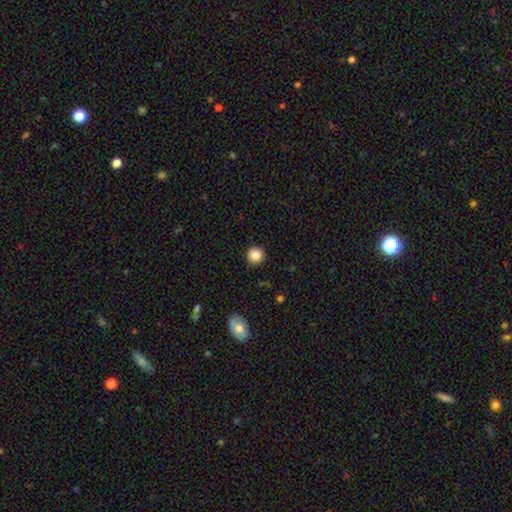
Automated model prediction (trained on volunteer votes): A smooth galaxy with no disk features (87%) that is round (92%).

Vote fractions:
- Smooth or featured? smooth: 87% / star or artifact: 10% / featured or disk: 3%
- How rounded? round: 92% / in between: 7% / cigar-shaped: 1%
- Merging? none: 89% / minor disturbance: 7% / major disturbance: 2% / merger: 1%